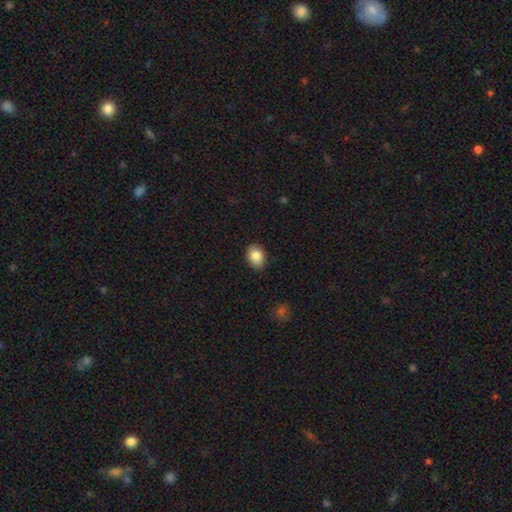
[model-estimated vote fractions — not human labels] Smooth or featured?
  - smooth: 86% *
  - star or artifact: 8%
  - featured or disk: 6%
How rounded?
  - in between: 66% *
  - round: 33%
  - cigar-shaped: 1%
Merging?
  - none: 87% *
  - minor disturbance: 10%
  - major disturbance: 2%
  - merger: 1%